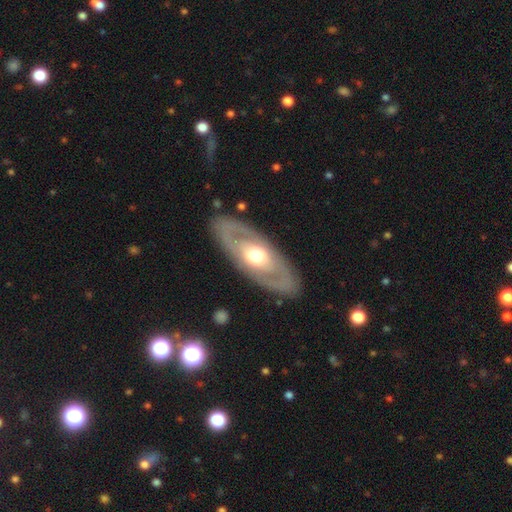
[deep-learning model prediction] This is likely a featured or disk galaxy (67%). It is clearly not viewed edge-on (84%). Bar: likely no (79%). Spiral arm pattern: likely no (67%). Central bulge: likely moderate (68%). Merging: clearly none (86%).